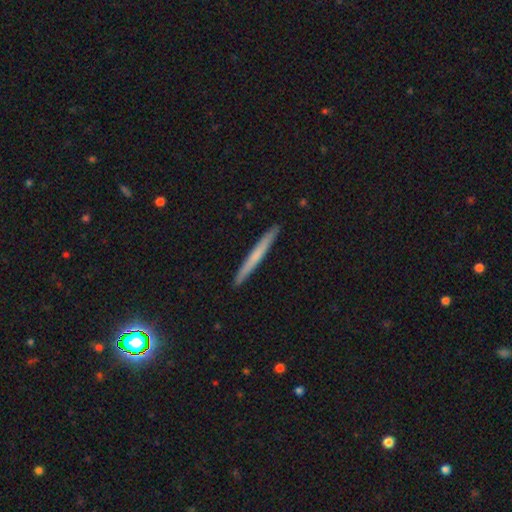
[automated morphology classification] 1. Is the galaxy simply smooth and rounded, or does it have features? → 52% smooth, 41% featured or disk, 6% star or artifact.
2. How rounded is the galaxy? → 97% cigar-shaped, 2% in between, 1% round.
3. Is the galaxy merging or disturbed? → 93% none, 5% minor disturbance, 1% major disturbance, 1% merger.